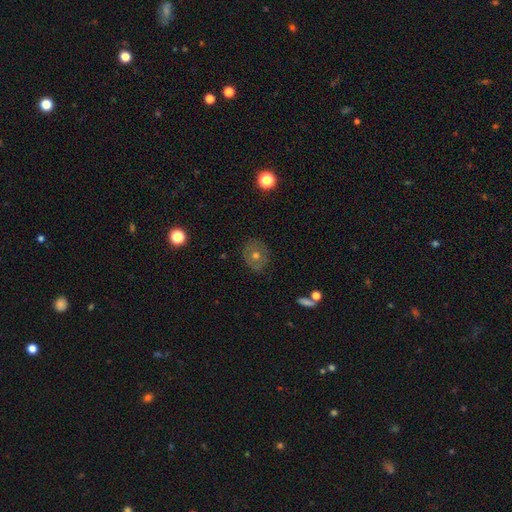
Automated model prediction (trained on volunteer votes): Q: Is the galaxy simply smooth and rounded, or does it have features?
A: smooth — 45%.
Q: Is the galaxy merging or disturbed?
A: none — 84%.